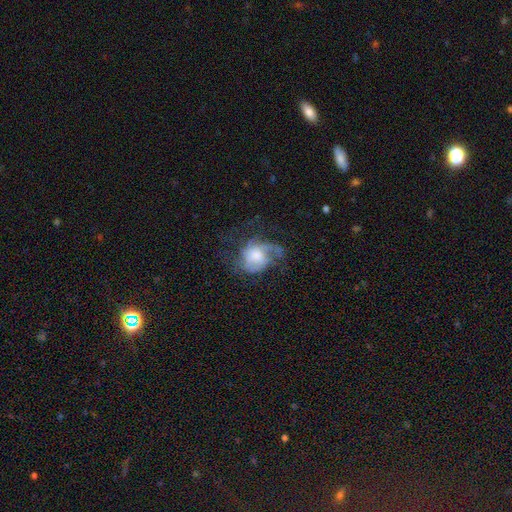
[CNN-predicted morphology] smooth-or-featured: featured or disk: 64% | smooth: 27% | star or artifact: 9%
  disk-edge-on: no: 97% | yes: 3%
    bar: no: 74% | weak: 22% | strong: 4%
    has-spiral-arms: yes: 81% | no: 19%
      spiral-winding: medium: 43% | loose: 35% | tight: 22%
      spiral-arm-count: 2: 29% | can't tell: 26% | 3: 20% | 1: 14% | 4: 6% | more than 4: 5%
    bulge-size: large: 40% | moderate: 32% | small: 12% | none: 9% | dominant: 7%
  merging: none: 39% | major disturbance: 37% | minor disturbance: 21% | merger: 2%